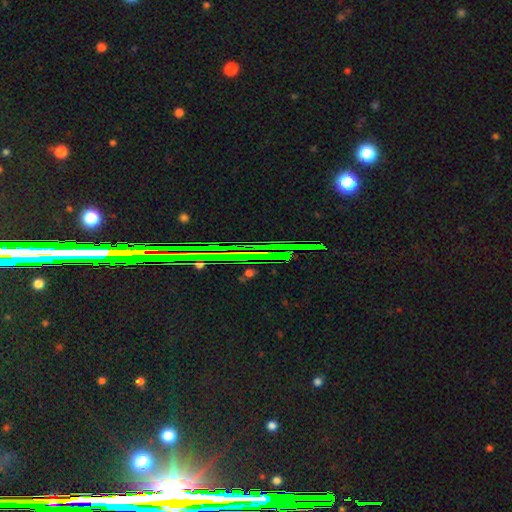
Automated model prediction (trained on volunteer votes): Morphology: type=star or artifact (82%).